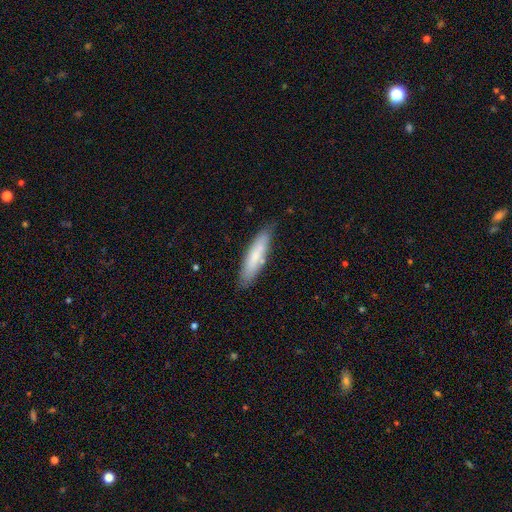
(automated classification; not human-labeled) A smooth galaxy with no disk features (69%) that is cigar-shaped (73%). Merging: none (77%).